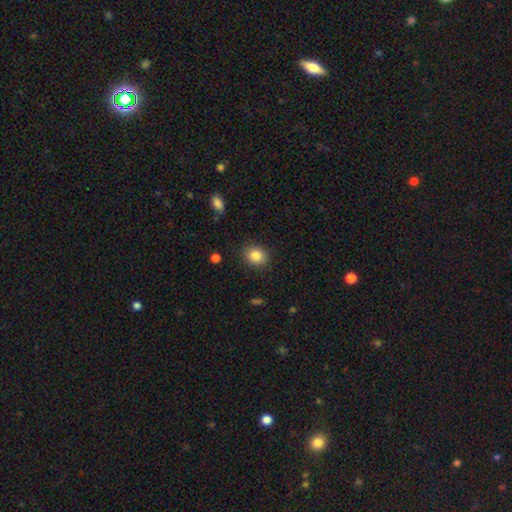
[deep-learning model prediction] The model was most divided on "how rounded": round: 60%, in between: 39%, cigar-shaped: 1%. More confident: merging — none (88%); smooth or featured — smooth (84%).